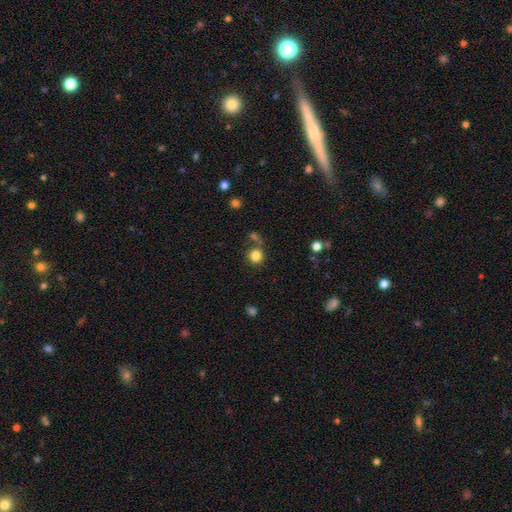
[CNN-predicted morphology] Smooth or featured? smooth (83%)
How rounded? round (90%)
Merging? none (75%)